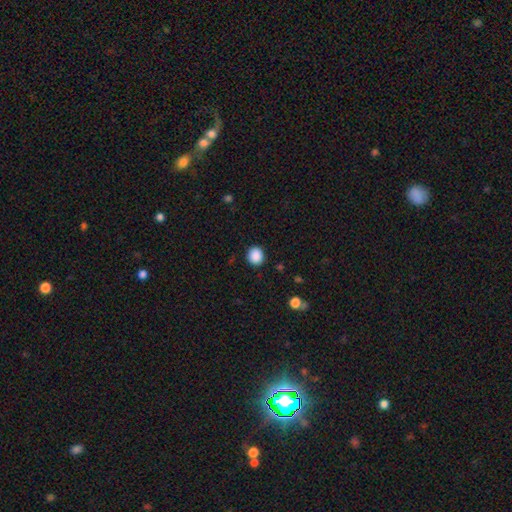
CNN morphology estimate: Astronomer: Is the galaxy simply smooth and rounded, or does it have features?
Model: smooth — 89%.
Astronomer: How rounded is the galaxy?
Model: round — 82%.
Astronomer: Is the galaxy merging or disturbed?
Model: none — 89%.